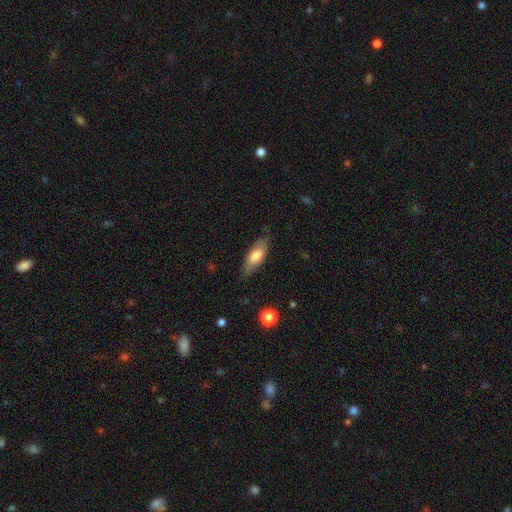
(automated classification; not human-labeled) Smooth or featured? Predicted: smooth (p=0.70). How rounded? Predicted: in between (p=0.70). Merging? Predicted: none (p=0.75).